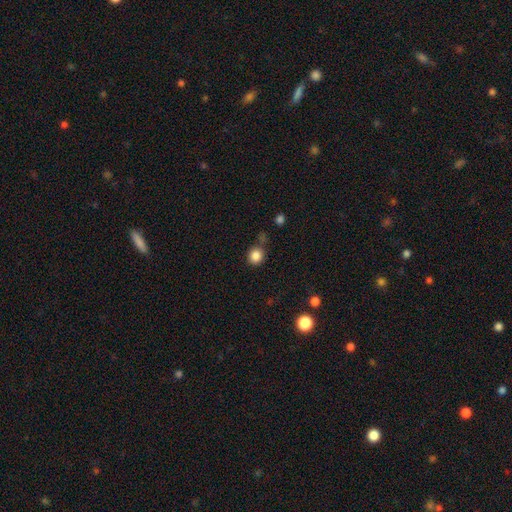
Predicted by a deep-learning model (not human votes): Overall: smooth (85%). How rounded: round (86%). Merging: none (72%).